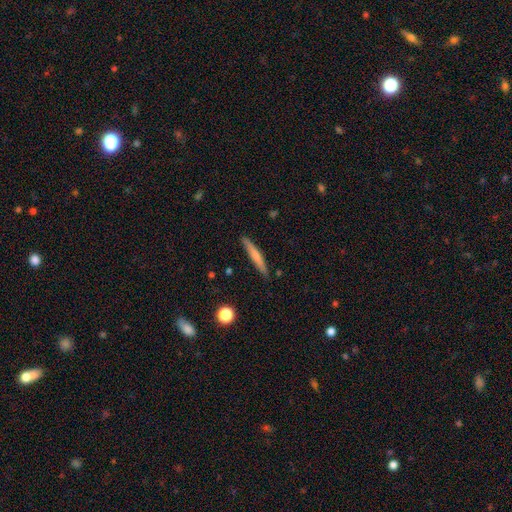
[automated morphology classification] A smooth galaxy with no disk features (59%) that is cigar-shaped (95%). Merging: none (89%).